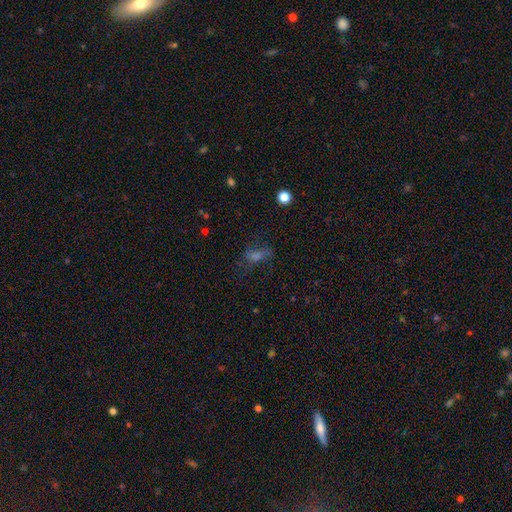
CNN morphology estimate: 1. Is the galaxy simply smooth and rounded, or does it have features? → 41% smooth, 30% star or artifact, 29% featured or disk.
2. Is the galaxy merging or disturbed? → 50% none, 26% major disturbance, 21% minor disturbance, 3% merger.